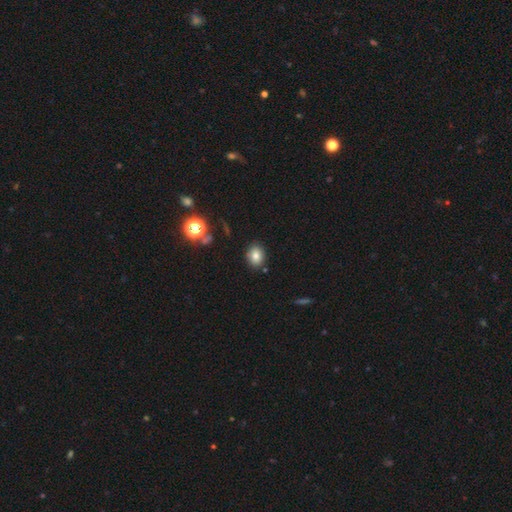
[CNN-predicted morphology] A smooth galaxy with no disk features (80%) that is in between round and cigar-shaped (53%).

Vote fractions:
- Smooth or featured? smooth: 80% / star or artifact: 12% / featured or disk: 9%
- How rounded? in between: 53% / round: 46% / cigar-shaped: 1%
- Merging? none: 85% / minor disturbance: 10% / merger: 3% / major disturbance: 2%